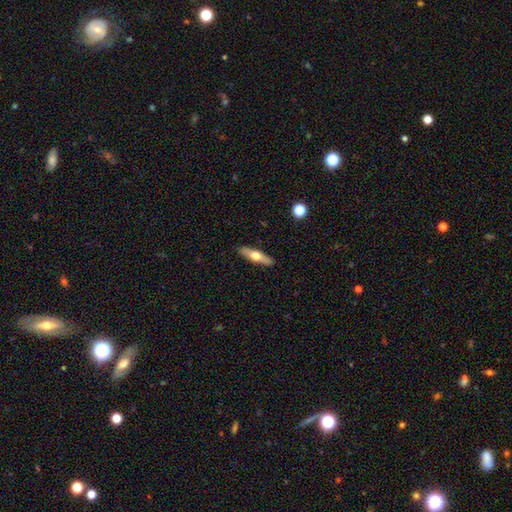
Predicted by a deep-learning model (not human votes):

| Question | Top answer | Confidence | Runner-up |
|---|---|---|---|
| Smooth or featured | smooth | 52% | featured or disk (42%) |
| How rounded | cigar-shaped | 70% | in between (28%) |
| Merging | none | 90% | minor disturbance (8%) |